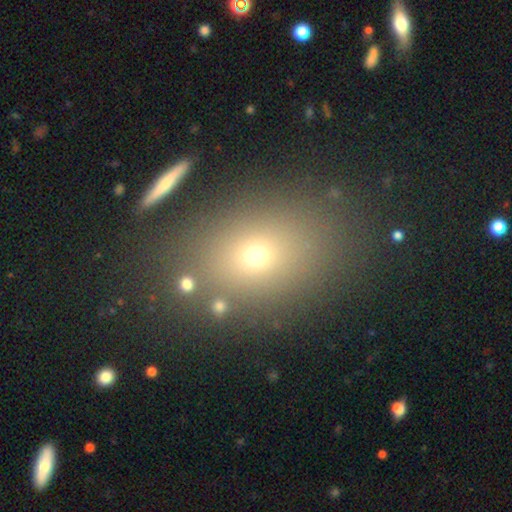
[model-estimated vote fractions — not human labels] Smooth or featured?
  - smooth: 65% *
  - star or artifact: 21%
  - featured or disk: 14%
How rounded?
  - in between: 62% *
  - round: 36%
  - cigar-shaped: 2%
Merging?
  - none: 81% *
  - minor disturbance: 9%
  - merger: 5%
  - major disturbance: 5%